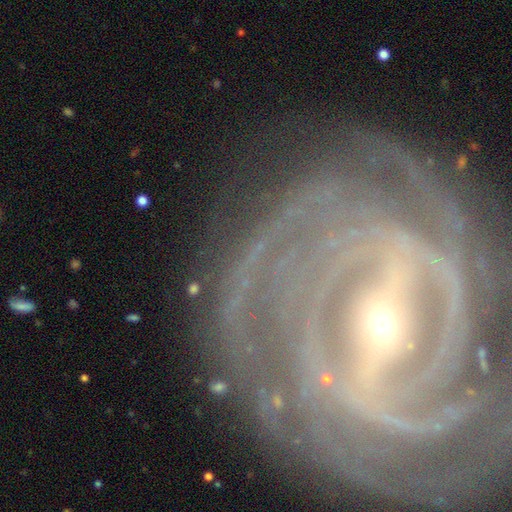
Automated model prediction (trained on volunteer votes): The model was most divided on "spiral arm count" (2-way tie): 2: 21%, can't tell: 21%, 4: 18%, 3: 18%, more than 4: 13%, 1: 9%. More confident: spiral arms — yes (96%); edge-on disk — no (95%); smooth or featured — featured or disk (89%); bulge size — small (78%); merging — none (73%); spiral winding — tight (72%); bar — strong (64%).